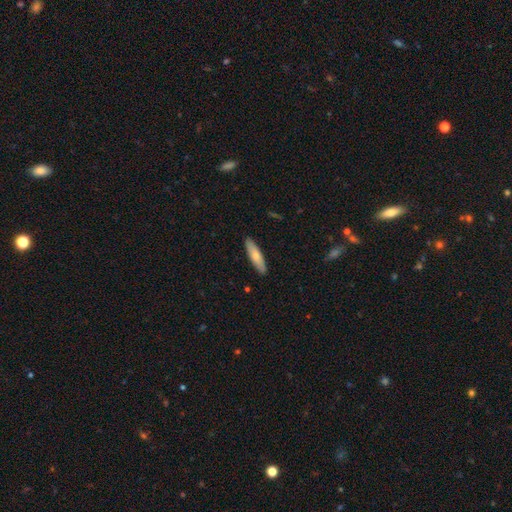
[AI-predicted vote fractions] A smooth galaxy with no disk features (72%) that is cigar-shaped (71%). Merging: none (89%).